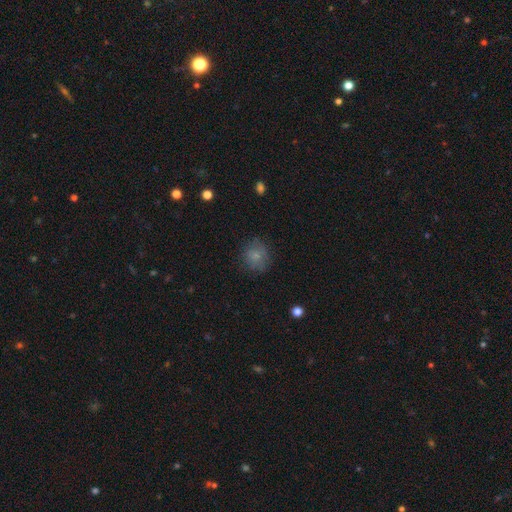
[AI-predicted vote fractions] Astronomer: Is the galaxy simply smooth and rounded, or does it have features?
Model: smooth — 79%.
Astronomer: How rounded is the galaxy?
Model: round — 82%.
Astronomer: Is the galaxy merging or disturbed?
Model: none — 77%.